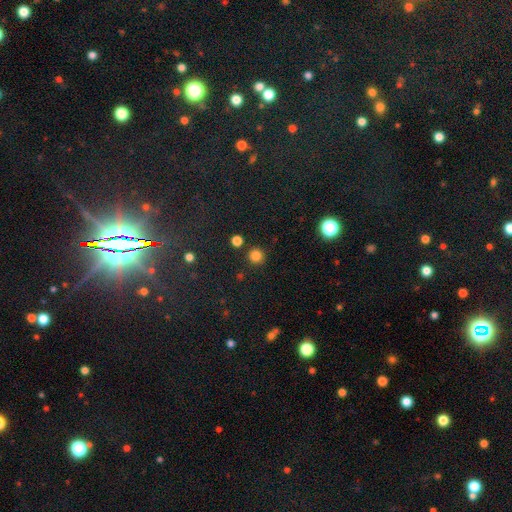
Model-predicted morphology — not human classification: smooth 82%, star or artifact 14%, featured or disk 4%. Down the decision tree: how rounded — round (94%); merging — none (89%).